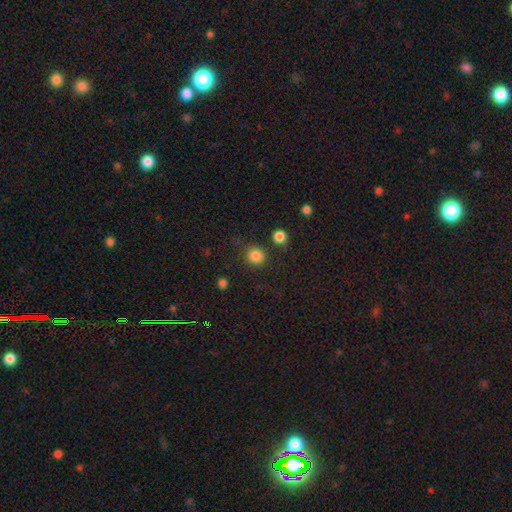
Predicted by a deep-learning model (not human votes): Overall: smooth (84%). How rounded: round (90%). Merging: none (83%).